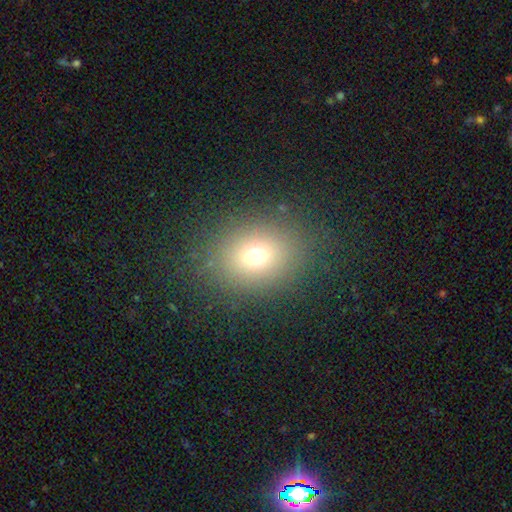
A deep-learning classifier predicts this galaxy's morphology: This appears to be a smooth galaxy with no disk features (69%) that is round (60%). Merging: none (83%).